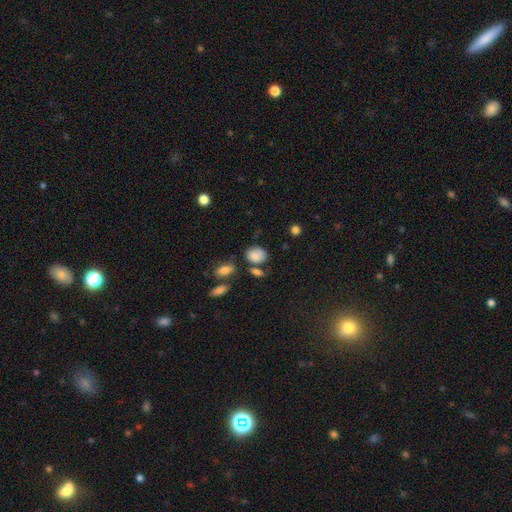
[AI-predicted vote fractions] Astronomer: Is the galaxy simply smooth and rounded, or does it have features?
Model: smooth — 81%.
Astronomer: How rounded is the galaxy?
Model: in between — 54% (runner-up: round, 45%).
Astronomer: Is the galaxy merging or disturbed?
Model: none — 60%.